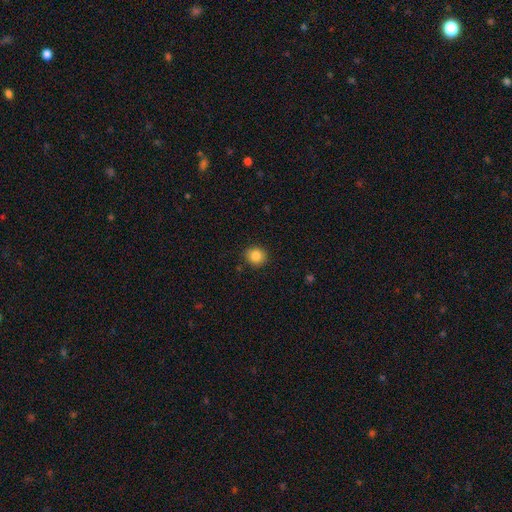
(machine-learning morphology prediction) A smooth galaxy with no disk features (85%) that is round (84%). Merging: none (89%).